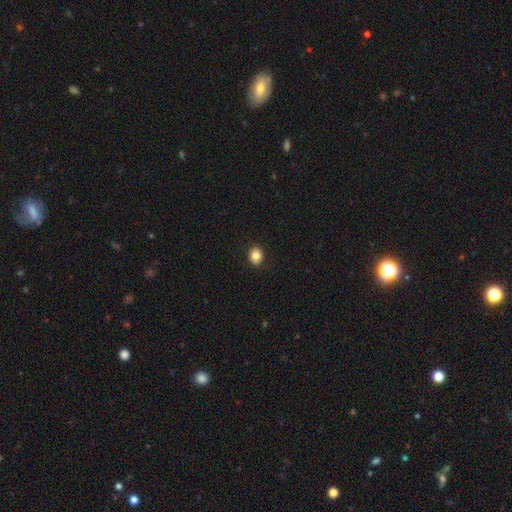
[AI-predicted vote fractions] This appears to be a smooth galaxy with no disk features (84%) that is round (50%). Merging: none (89%).